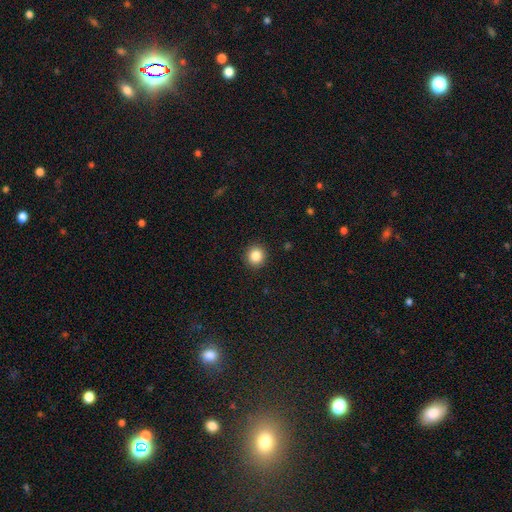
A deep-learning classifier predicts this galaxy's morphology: smooth_or_featured: smooth (p=0.86) [alt: star or artifact p=0.10]
how_rounded: round (p=0.92) [alt: in between p=0.07]
merging: none (p=0.92) [alt: minor disturbance p=0.05]